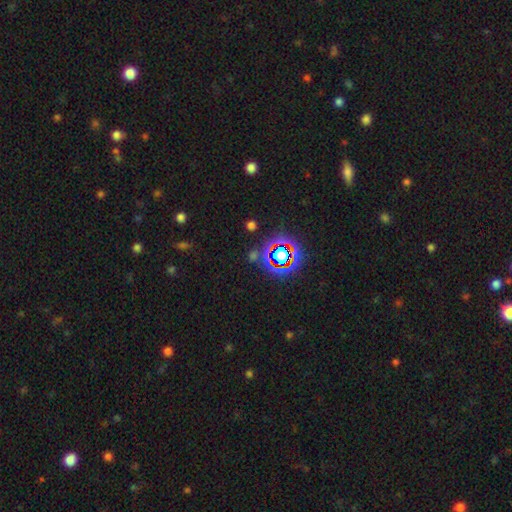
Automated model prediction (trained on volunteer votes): Q: Smooth or featured?
A: star or artifact (71%); runner-up: smooth (19%)